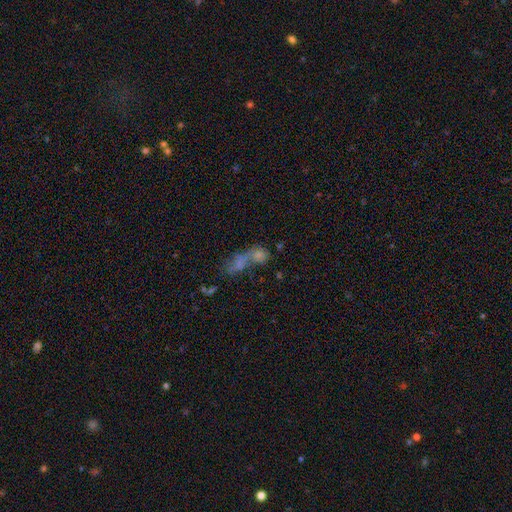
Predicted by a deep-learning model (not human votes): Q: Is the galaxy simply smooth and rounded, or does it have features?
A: smooth — 55%.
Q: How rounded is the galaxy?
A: in between — 55%.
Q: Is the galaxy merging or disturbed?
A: merger — 57%.